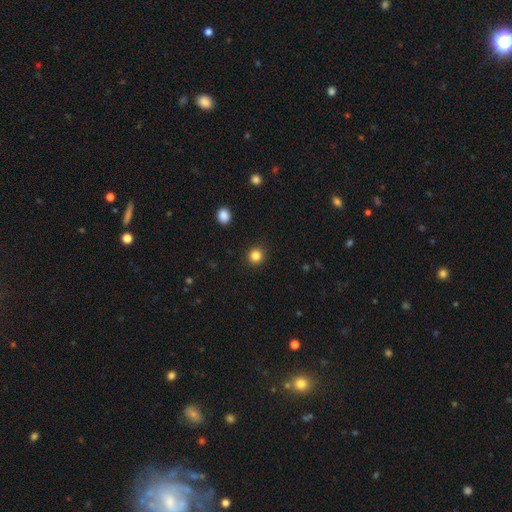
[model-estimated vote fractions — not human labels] This is clearly a smooth galaxy (84%). How rounded: clearly round (92%). Merging: clearly none (92%).